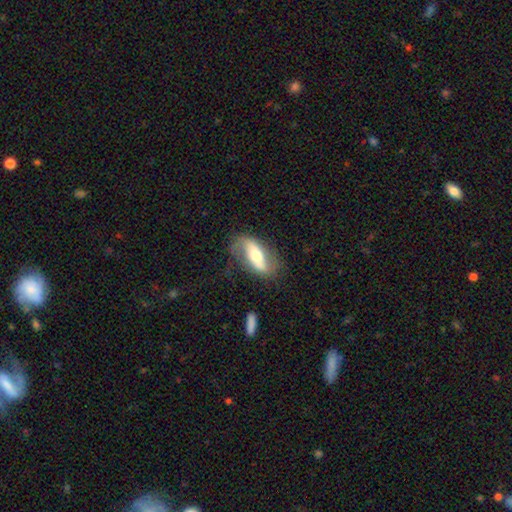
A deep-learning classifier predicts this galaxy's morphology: smooth_or_featured: featured or disk (p=0.62) [alt: smooth p=0.32]
disk_edge_on: no (p=0.81) [alt: yes p=0.19]
merging: none (p=0.66) [alt: minor disturbance p=0.21]